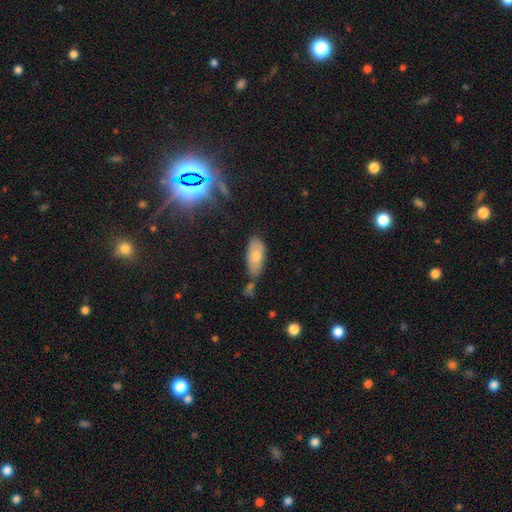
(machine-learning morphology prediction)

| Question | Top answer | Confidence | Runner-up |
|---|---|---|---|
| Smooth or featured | smooth | 74% | featured or disk (18%) |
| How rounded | in between | 87% | cigar-shaped (10%) |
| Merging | none | 60% | minor disturbance (22%) |